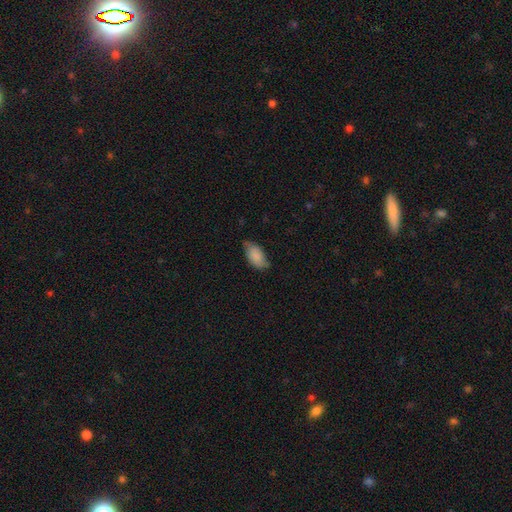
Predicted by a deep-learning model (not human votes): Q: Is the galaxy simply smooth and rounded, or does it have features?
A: smooth — 85%.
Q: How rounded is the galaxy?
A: in between — 94%.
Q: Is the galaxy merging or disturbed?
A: none — 67%.